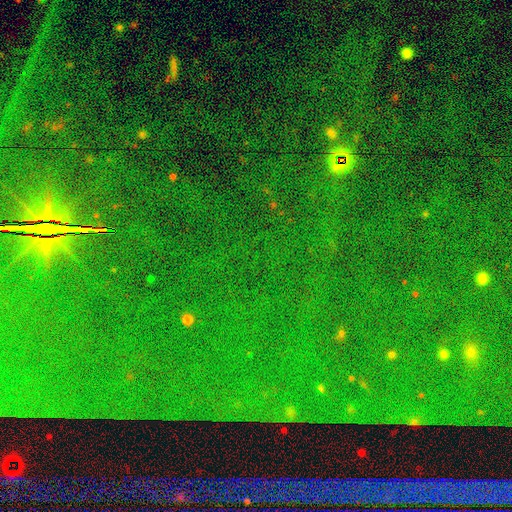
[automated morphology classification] smooth-or-featured: star or artifact: 86% | smooth: 7% | featured or disk: 7%